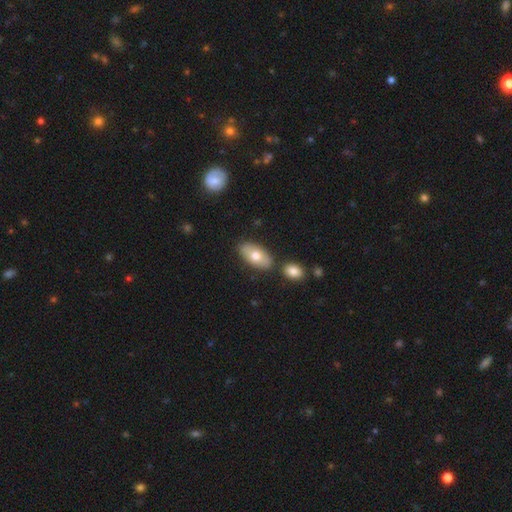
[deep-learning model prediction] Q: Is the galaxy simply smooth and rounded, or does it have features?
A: smooth — 71%.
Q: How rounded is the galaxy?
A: in between — 93%.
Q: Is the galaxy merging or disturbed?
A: none — 76%.